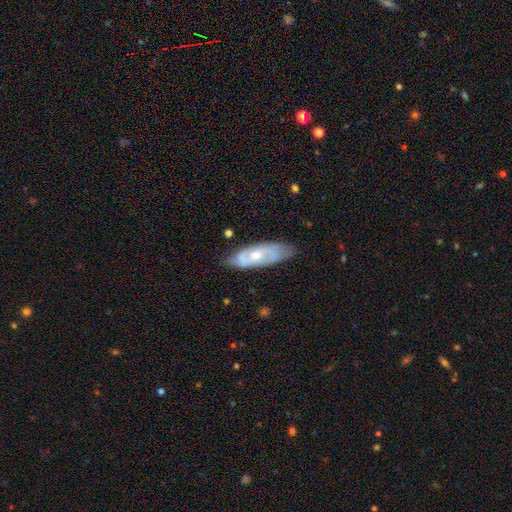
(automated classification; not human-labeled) smooth_or_featured: featured or disk (p=0.69) [alt: smooth p=0.25]
disk_edge_on: no (p=0.83) [alt: yes p=0.17]
bar: no (p=0.60) [alt: weak p=0.33]
has_spiral_arms: yes (p=0.83) [alt: no p=0.17]
bulge_size: moderate (p=0.54) [alt: small p=0.42]
merging: none (p=0.74) [alt: minor disturbance p=0.20]